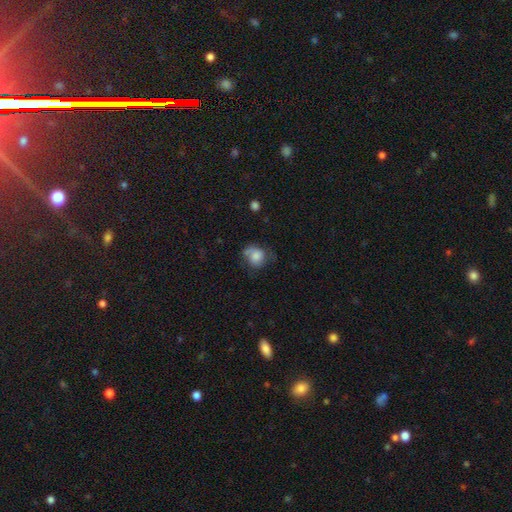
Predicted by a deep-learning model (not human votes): Smooth or featured? smooth (72%)
How rounded? round (67%)
Merging? none (45%)